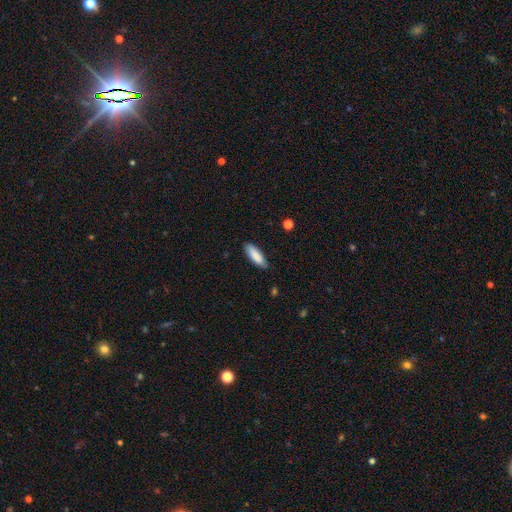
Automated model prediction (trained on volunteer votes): Morphology: type=smooth (87%); roundness=in between (57%); merging=none (85%).